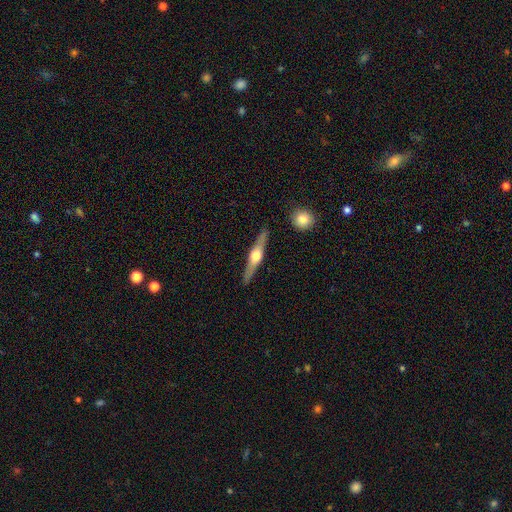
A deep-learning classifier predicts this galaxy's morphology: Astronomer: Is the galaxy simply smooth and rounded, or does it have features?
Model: featured or disk — 73%.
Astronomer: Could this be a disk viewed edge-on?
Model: yes — 97%.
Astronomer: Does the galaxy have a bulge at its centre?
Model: rounded — 94%.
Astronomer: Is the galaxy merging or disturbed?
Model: none — 89%.